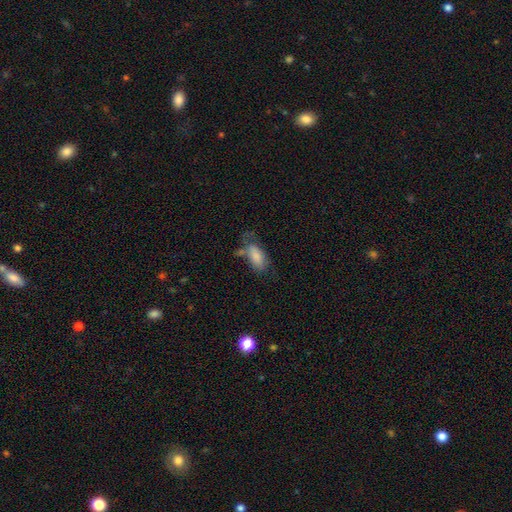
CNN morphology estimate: Smooth or featured? smooth (79%)
How rounded? in between (88%)
Merging? none (35%)